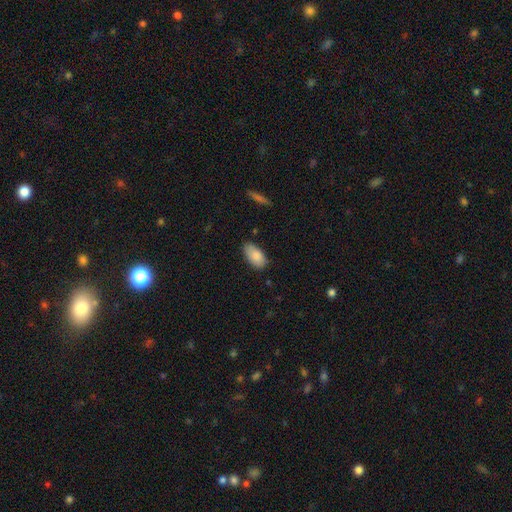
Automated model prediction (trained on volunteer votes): Smooth or featured?
  - smooth: 87% *
  - featured or disk: 7%
  - star or artifact: 7%
How rounded?
  - in between: 94% *
  - cigar-shaped: 3%
  - round: 3%
Merging?
  - none: 78% *
  - minor disturbance: 18%
  - major disturbance: 3%
  - merger: 2%